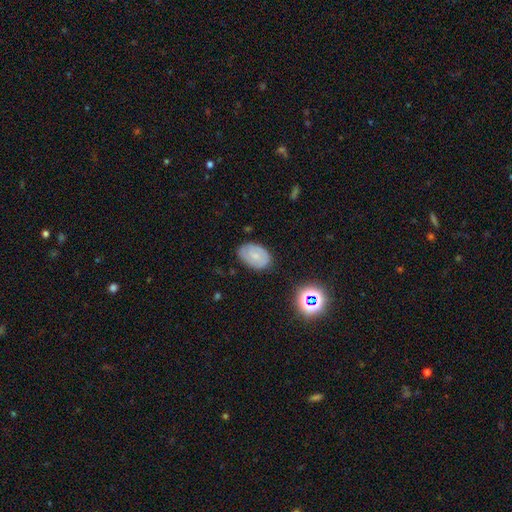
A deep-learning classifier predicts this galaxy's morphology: A smooth galaxy with no disk features (46%). Merging: none (77%).